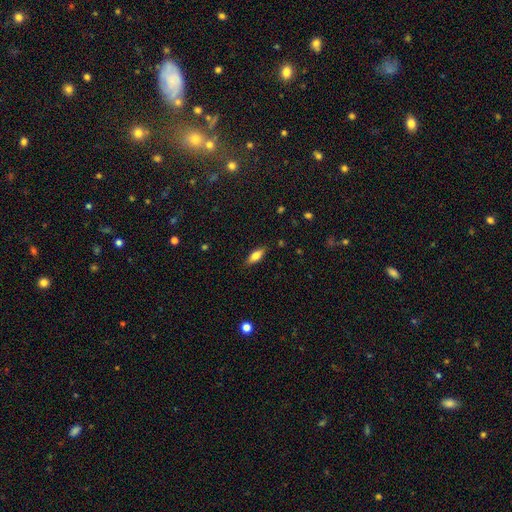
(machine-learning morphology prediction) Smooth or featured?
  - smooth: 71% *
  - featured or disk: 22%
  - star or artifact: 7%
How rounded?
  - in between: 70% *
  - cigar-shaped: 28%
  - round: 3%
Merging?
  - none: 86% *
  - minor disturbance: 11%
  - major disturbance: 2%
  - merger: 1%